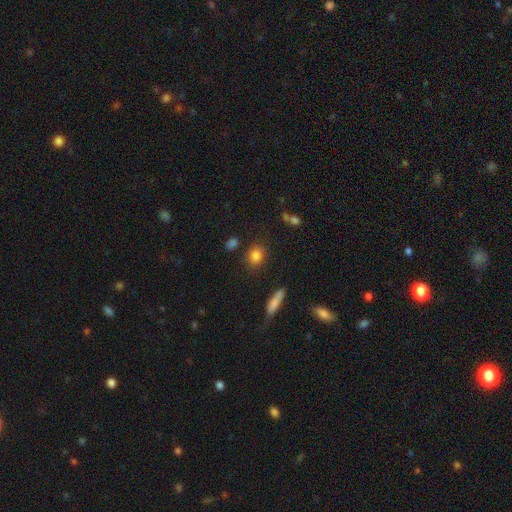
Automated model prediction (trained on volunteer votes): A smooth galaxy with no disk features (84%) that is round (53%). Merging: none (81%).